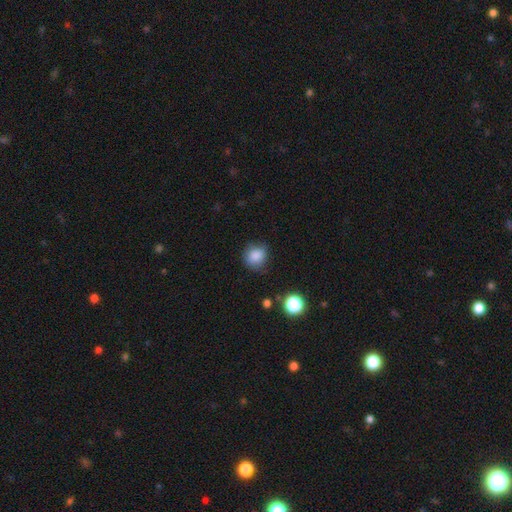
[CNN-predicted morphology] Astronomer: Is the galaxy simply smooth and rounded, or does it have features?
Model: smooth — 85%.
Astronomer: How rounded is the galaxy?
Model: round — 79%.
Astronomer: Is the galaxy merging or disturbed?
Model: none — 73%.